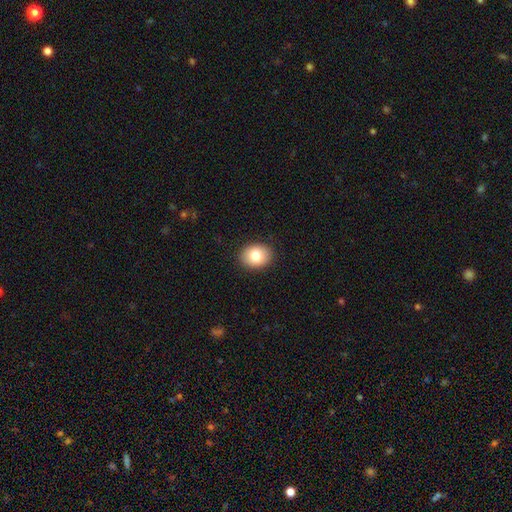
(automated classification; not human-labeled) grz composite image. It shows a smooth galaxy with no disk features (82%) that is in between round and cigar-shaped (54%). Merging: none (90%).